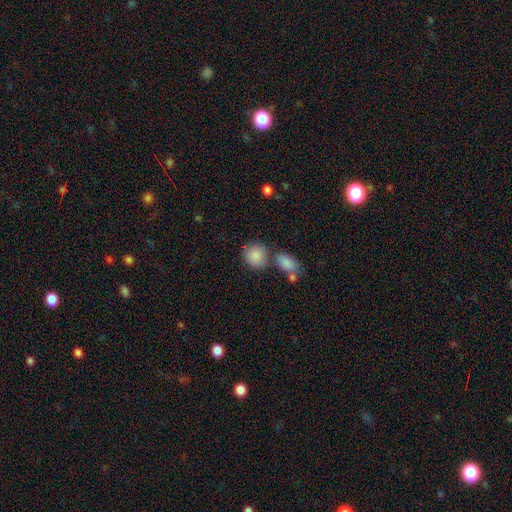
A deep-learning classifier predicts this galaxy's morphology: This is clearly a smooth galaxy (87%). How rounded: likely round (78%). Merging: possibly none (60%).